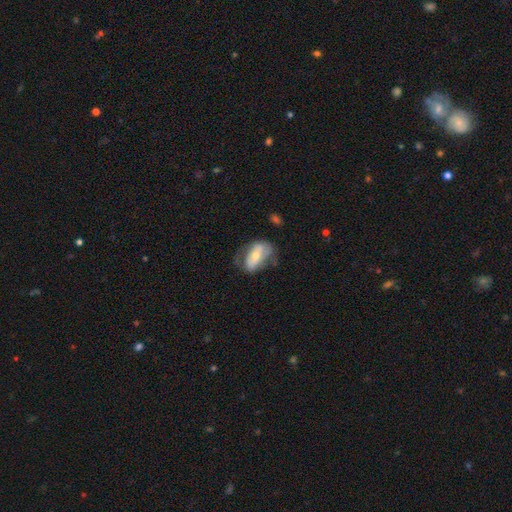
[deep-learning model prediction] Smooth or featured: featured or disk — 48% (smooth — 46%)
Merging: none — 48% (minor disturbance — 29%)